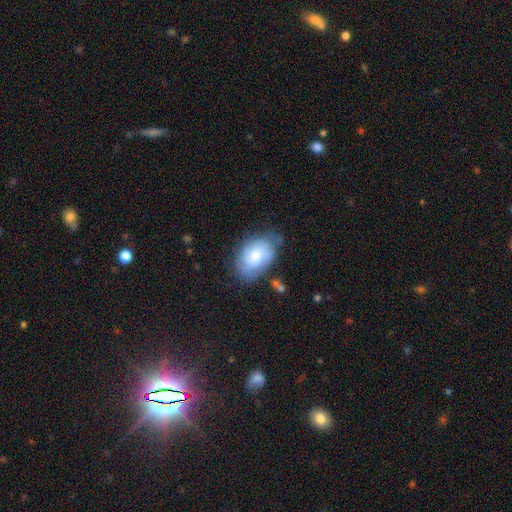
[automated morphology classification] smooth_or_featured: smooth (p=0.54) [alt: featured or disk p=0.38]
how_rounded: in between (p=0.88) [alt: round p=0.11]
merging: none (p=0.64) [alt: minor disturbance p=0.26]